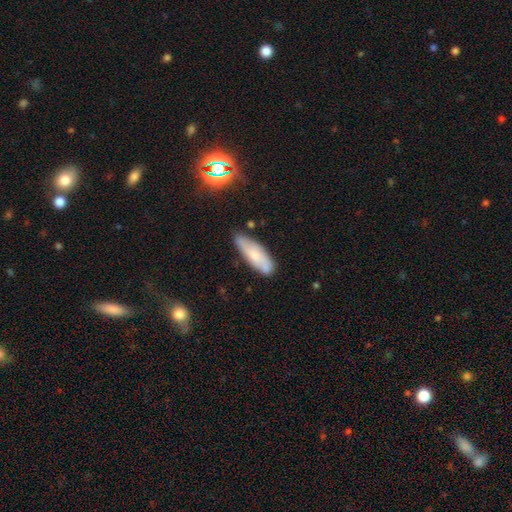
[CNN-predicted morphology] Smooth or featured? smooth (66%)
How rounded? in between (58%)
Merging? none (70%)